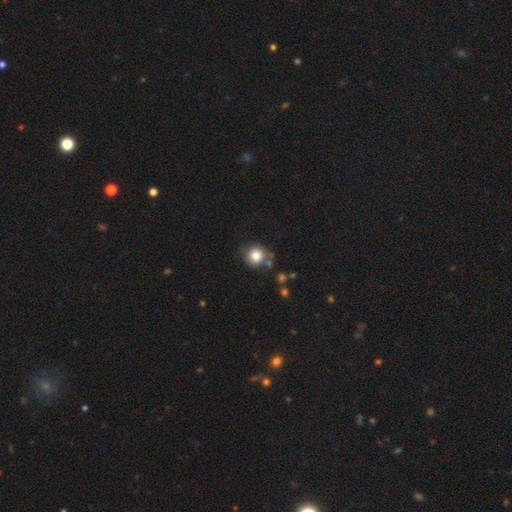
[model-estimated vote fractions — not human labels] A smooth galaxy with no disk features (82%) that is round (90%). Merging: none (74%).